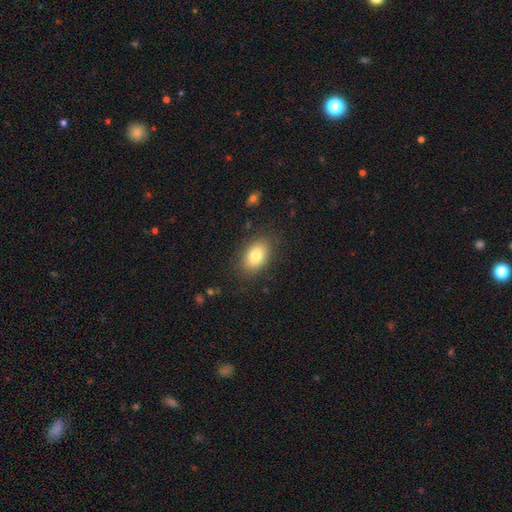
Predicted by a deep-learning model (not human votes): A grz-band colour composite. It shows a smooth galaxy with no disk features (82%) that is in between round and cigar-shaped (85%). Merging: none (84%).